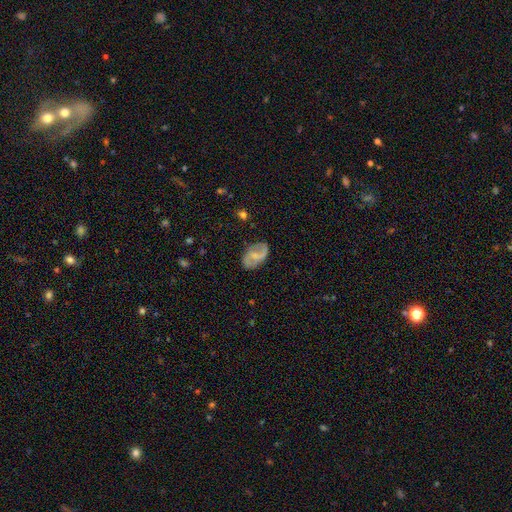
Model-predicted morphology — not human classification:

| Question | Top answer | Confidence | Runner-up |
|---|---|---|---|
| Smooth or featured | featured or disk | 66% | smooth (27%) |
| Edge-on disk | no | 97% | yes (3%) |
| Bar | weak | 49% | no (35%) |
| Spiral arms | yes | 87% | no (13%) |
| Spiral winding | medium | 42% | loose (41%) |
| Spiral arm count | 2 | 87% | can't tell (7%) |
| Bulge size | small | 47% | moderate (27%) |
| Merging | none | 76% | minor disturbance (17%) |